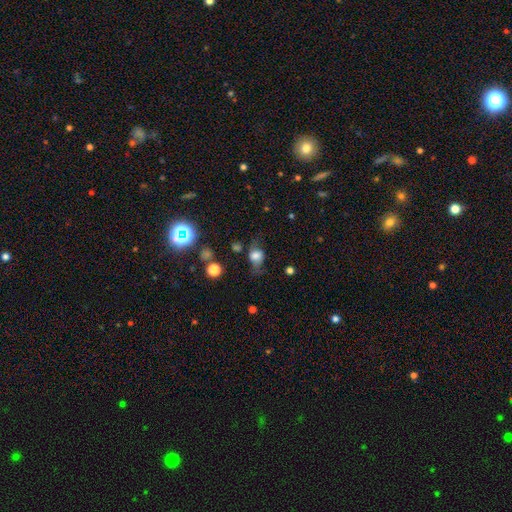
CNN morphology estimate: A smooth galaxy with no disk features (57%) that is in between round and cigar-shaped (58%).

Vote fractions:
- Smooth or featured? smooth: 57% / featured or disk: 29% / star or artifact: 14%
- How rounded? in between: 58% / round: 40% / cigar-shaped: 3%
- Merging? none: 54% / minor disturbance: 25% / major disturbance: 18% / merger: 3%